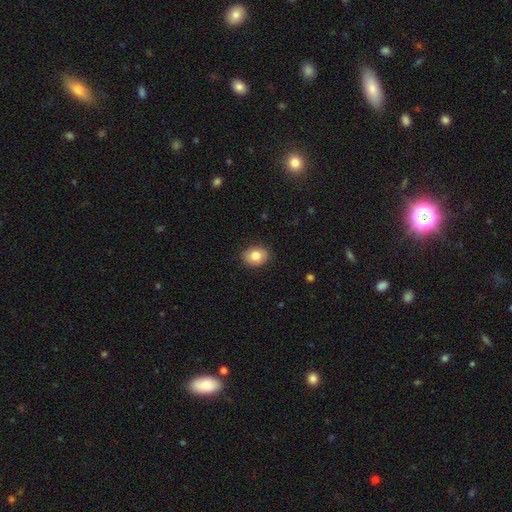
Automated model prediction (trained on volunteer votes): Smooth or featured? smooth (82%)
How rounded? in between (55%)
Merging? none (88%)